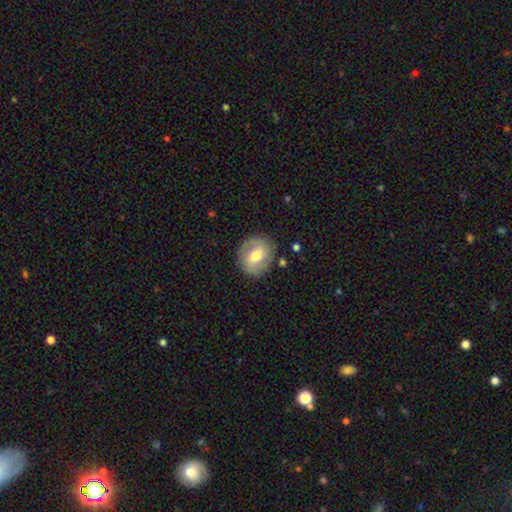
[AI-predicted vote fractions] The model was most divided on "smooth or featured": featured or disk: 48%, smooth: 45%, star or artifact: 7%. More confident: merging — none (83%).